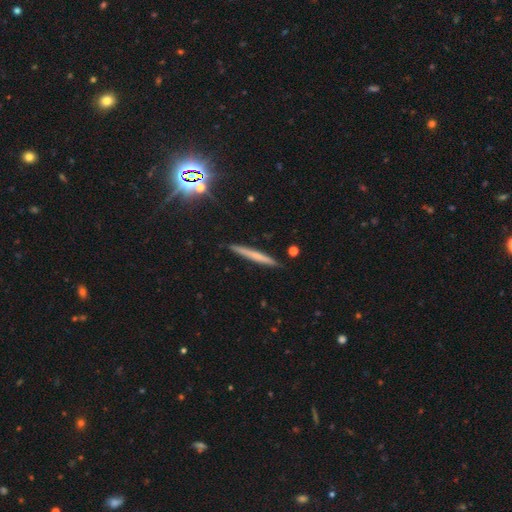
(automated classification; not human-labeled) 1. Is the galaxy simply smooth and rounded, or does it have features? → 54% smooth, 36% featured or disk, 9% star or artifact.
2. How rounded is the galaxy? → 96% cigar-shaped, 2% in between, 1% round.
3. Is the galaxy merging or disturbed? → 91% none, 7% minor disturbance, 1% major disturbance, 1% merger.